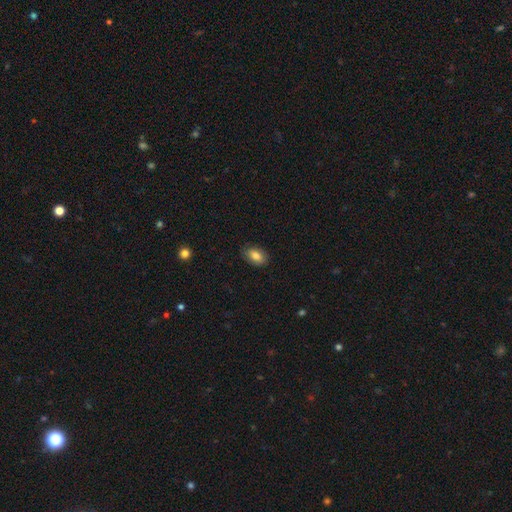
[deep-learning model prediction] Overall: smooth (82%). How rounded: in between (89%). Merging: none (85%).